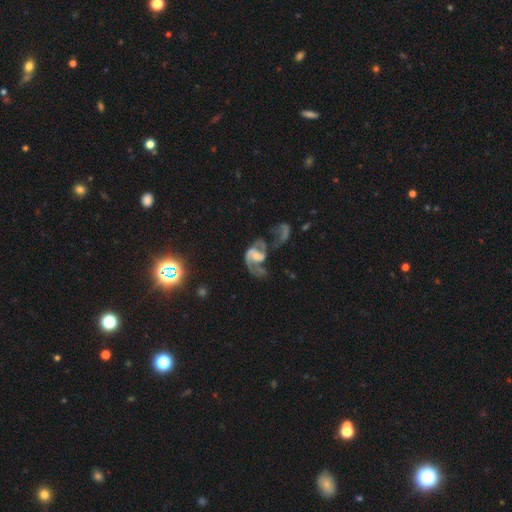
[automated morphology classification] A featured or disk galaxy (81%) with no bar (48%), 2 (68%) loose (47%) spiral arms (87%) and a moderate central bulge (44%). Merging: major disturbance (41%).